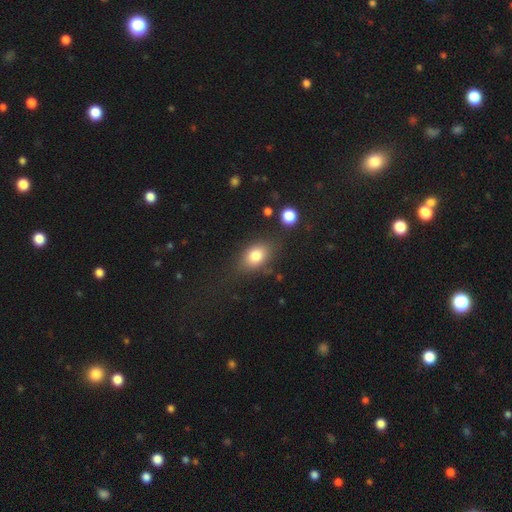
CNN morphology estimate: Q: Smooth or featured?
A: smooth (79%); runner-up: featured or disk (11%)
Q: How rounded?
A: in between (76%); runner-up: round (22%)
Q: Merging?
A: none (74%); runner-up: minor disturbance (17%)